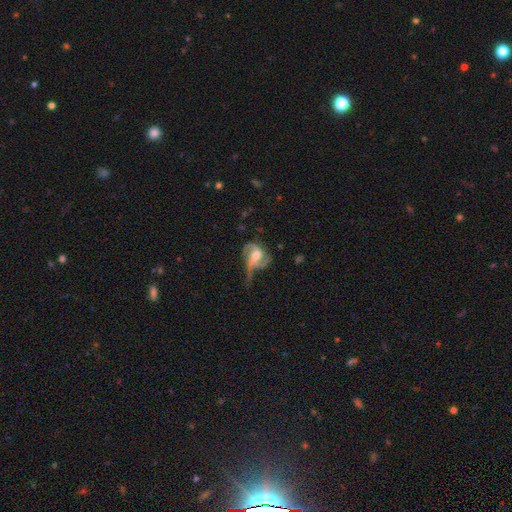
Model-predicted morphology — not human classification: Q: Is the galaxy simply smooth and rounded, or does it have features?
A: featured or disk — 81%.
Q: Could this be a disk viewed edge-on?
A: no — 97%.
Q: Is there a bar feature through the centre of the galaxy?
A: no — 45%.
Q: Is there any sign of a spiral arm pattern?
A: yes — 92%.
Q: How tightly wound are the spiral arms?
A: medium — 45%.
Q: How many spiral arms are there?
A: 2 — 54%.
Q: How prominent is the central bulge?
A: moderate — 57%.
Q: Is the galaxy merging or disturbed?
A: major disturbance — 39%.